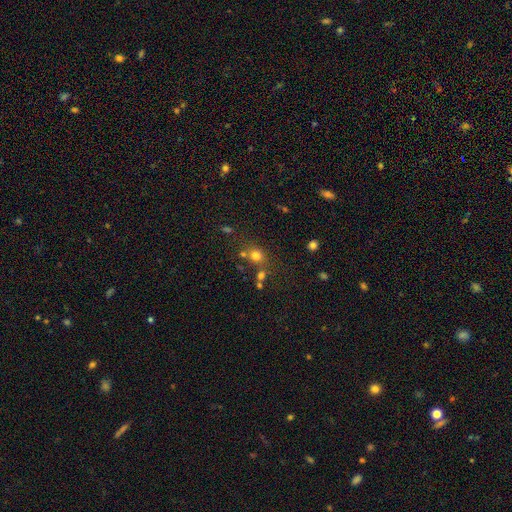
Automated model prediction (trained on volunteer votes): smooth-or-featured: smooth: 73% | star or artifact: 19% | featured or disk: 9%
  how-rounded: round: 79% | in between: 20% | cigar-shaped: 1%
  merging: none: 65% | merger: 18% | minor disturbance: 11% | major disturbance: 5%